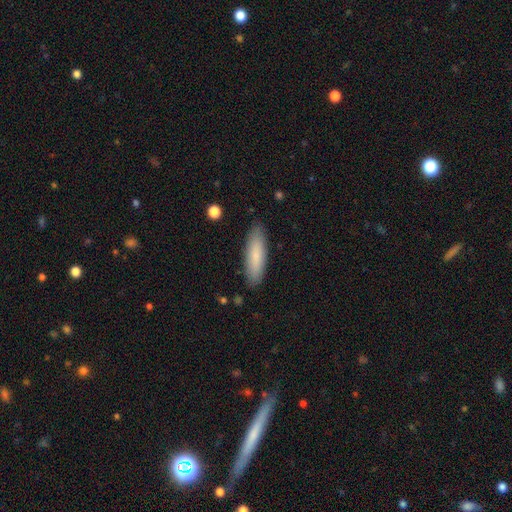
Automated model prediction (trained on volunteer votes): Morphology: type=smooth (82%); roundness=cigar-shaped (64%); merging=none (88%).